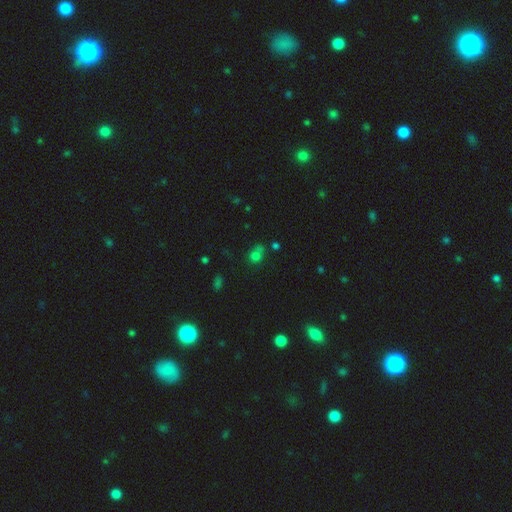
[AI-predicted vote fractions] smooth_or_featured: smooth (p=0.66) [alt: star or artifact p=0.24]
how_rounded: round (p=0.61) [alt: in between p=0.37]
merging: none (p=0.46) [alt: merger p=0.21]